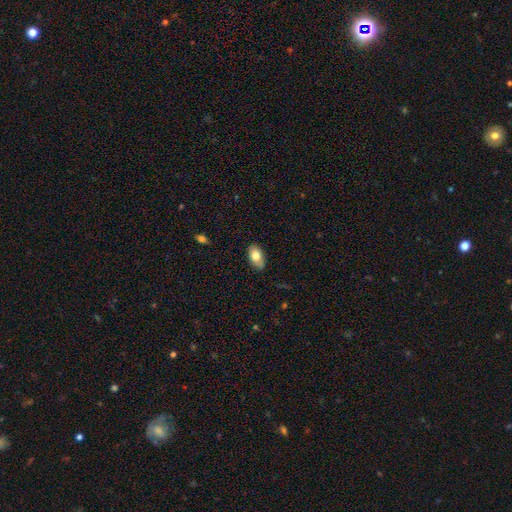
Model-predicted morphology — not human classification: The model was most divided on "smooth or featured": smooth: 77%, featured or disk: 15%, star or artifact: 7%. More confident: how rounded — in between (92%); merging — none (79%).